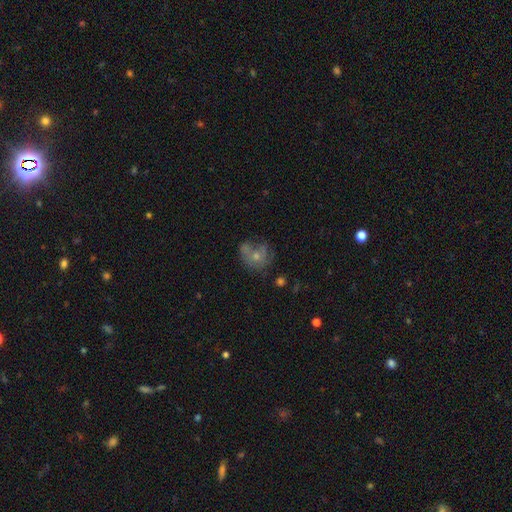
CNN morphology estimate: type=smooth (47%); merging=none (41%).